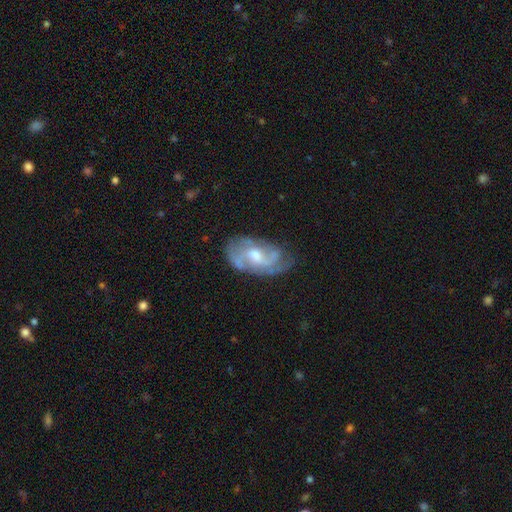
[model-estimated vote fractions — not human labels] A featured or disk galaxy (81%) with no bar (47%), 2 (45%) medium (45%) spiral arms (91%) and a moderate central bulge (60%).

Vote fractions:
- Smooth or featured? featured or disk: 81% / smooth: 13% / star or artifact: 6%
- Edge-on disk? no: 96% / yes: 4%
- Bar? no: 47% / weak: 44% / strong: 8%
- Spiral arms? yes: 91% / no: 9%
- Spiral winding? medium: 45% / tight: 33% / loose: 22%
- Spiral arm count? 2: 45% / can't tell: 26% / 3: 18% / 1: 5% / 4: 4% / more than 4: 3%
- Bulge size? moderate: 60% / small: 33% / large: 4% / none: 2% / dominant: 1%
- Merging? none: 63% / minor disturbance: 25% / major disturbance: 10% / merger: 2%